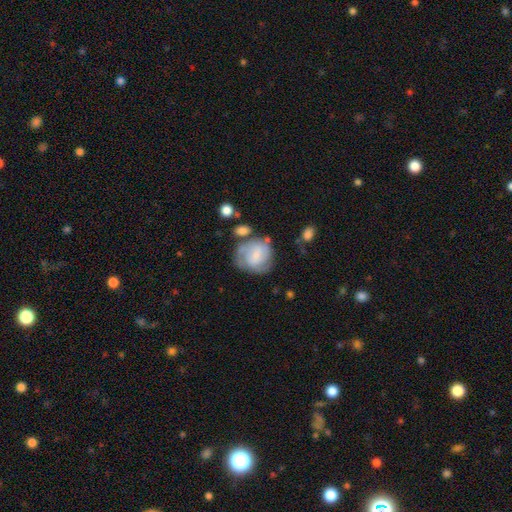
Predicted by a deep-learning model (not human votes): Smooth or featured?
  - featured or disk: 47% *
  - smooth: 46%
  - star or artifact: 7%
Merging?
  - none: 51% *
  - minor disturbance: 24%
  - major disturbance: 15%
  - merger: 11%